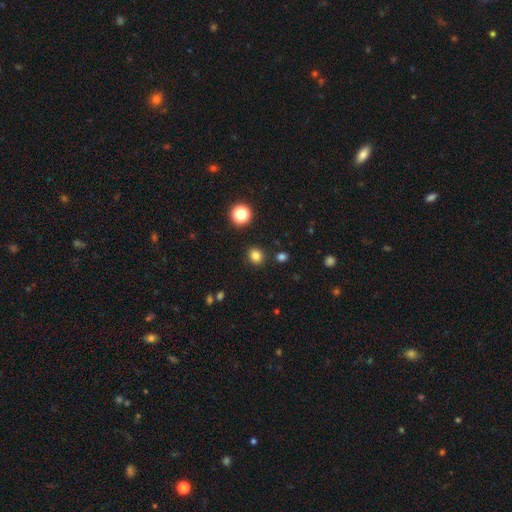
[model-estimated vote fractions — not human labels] Smooth or featured: smooth — 82% (star or artifact — 14%)
How rounded: round — 75% (in between — 24%)
Merging: none — 88% (minor disturbance — 7%)